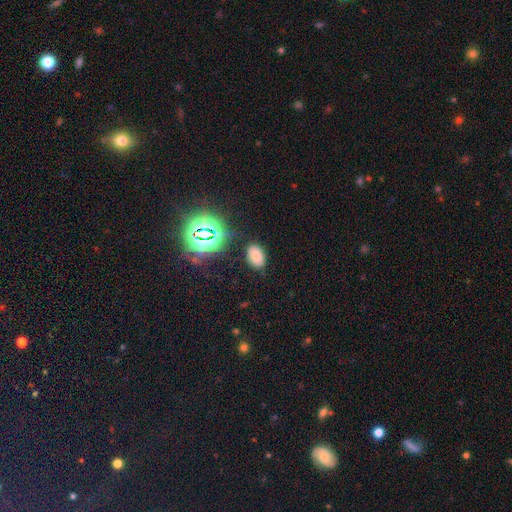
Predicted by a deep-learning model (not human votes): Q: Smooth or featured?
A: smooth (69%); runner-up: star or artifact (22%)
Q: How rounded?
A: in between (89%); runner-up: round (9%)
Q: Merging?
A: none (83%); runner-up: minor disturbance (11%)